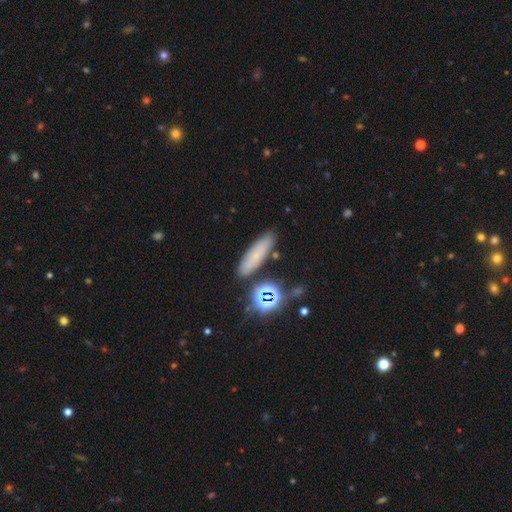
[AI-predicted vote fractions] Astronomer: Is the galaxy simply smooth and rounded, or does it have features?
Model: smooth — 65%.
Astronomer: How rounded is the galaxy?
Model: cigar-shaped — 62%.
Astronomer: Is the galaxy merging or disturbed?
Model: none — 82%.